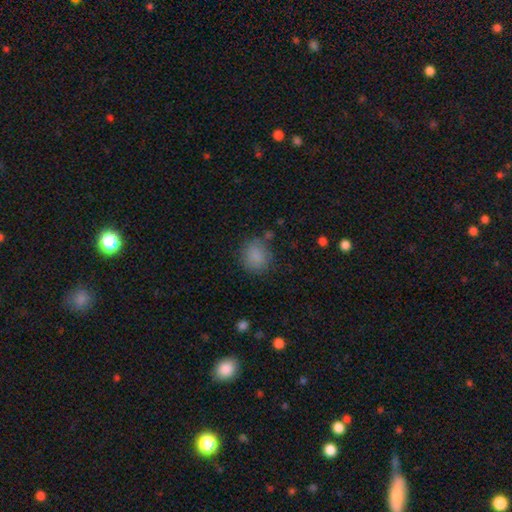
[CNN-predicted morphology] smooth_or_featured: smooth (p=0.85) [alt: star or artifact p=0.10]
how_rounded: round (p=0.78) [alt: in between p=0.21]
merging: none (p=0.77) [alt: minor disturbance p=0.14]